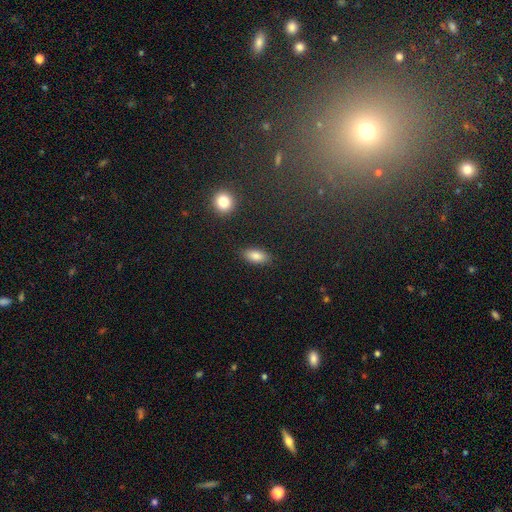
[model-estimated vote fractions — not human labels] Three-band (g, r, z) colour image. It shows a smooth galaxy with no disk features (84%) that is in between round and cigar-shaped (87%). Merging: none (86%).